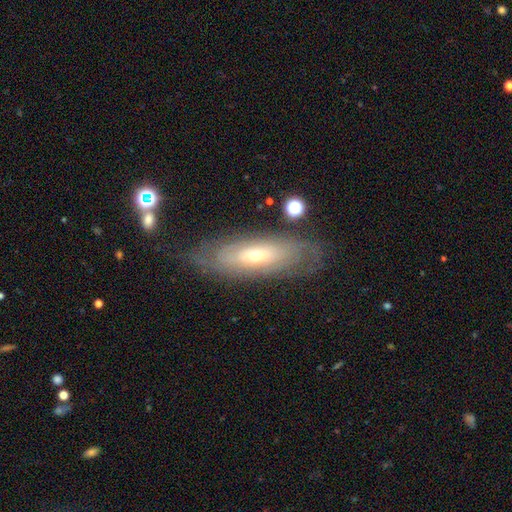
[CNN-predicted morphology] A featured or disk galaxy (65%).

Vote fractions:
- Smooth or featured? featured or disk: 65% / smooth: 28% / star or artifact: 8%
- Edge-on disk? no: 76% / yes: 24%
- Merging? none: 72% / minor disturbance: 17% / major disturbance: 8% / merger: 2%